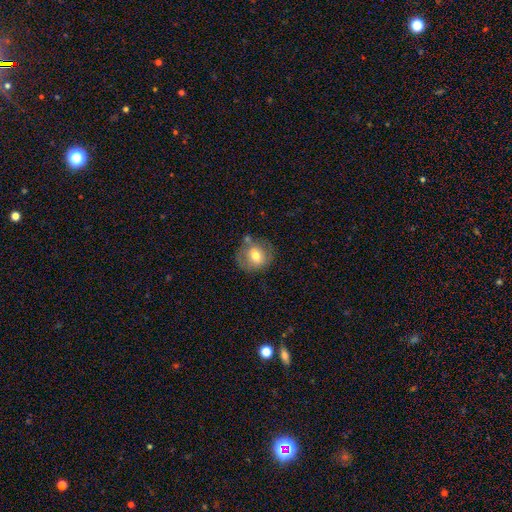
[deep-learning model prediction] Smooth or featured? smooth (64%)
How rounded? round (75%)
Merging? none (63%)